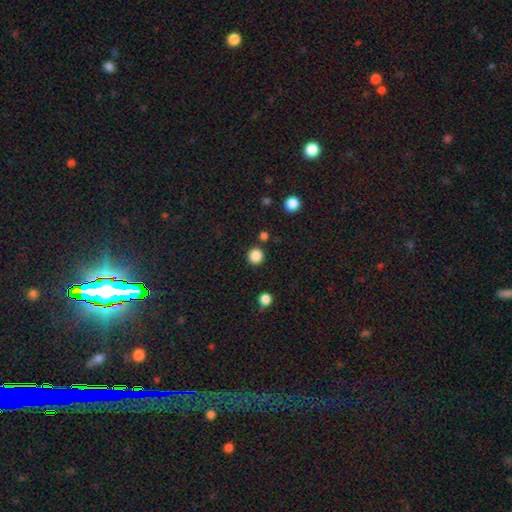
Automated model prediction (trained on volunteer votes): smooth_or_featured: smooth (p=0.86) [alt: star or artifact p=0.11]
how_rounded: round (p=0.94) [alt: in between p=0.05]
merging: none (p=0.88) [alt: minor disturbance p=0.06]